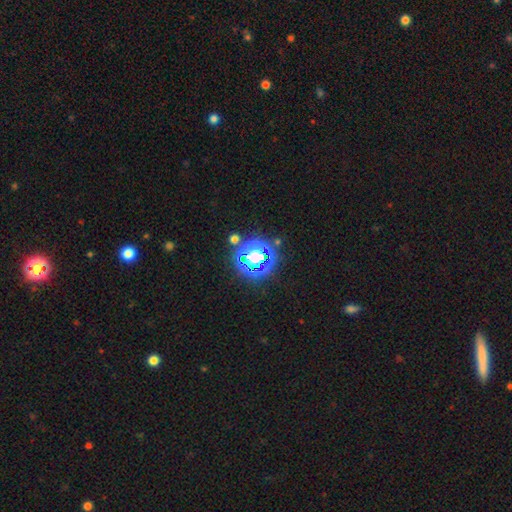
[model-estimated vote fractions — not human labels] The model was most divided on "smooth or featured": star or artifact: 64%, smooth: 25%, featured or disk: 11%.